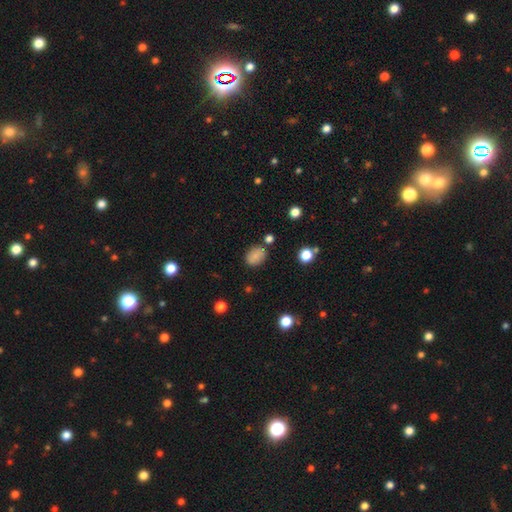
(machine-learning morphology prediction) This is clearly a smooth galaxy (81%). How rounded: possibly in between (60%). Merging: likely none (77%).